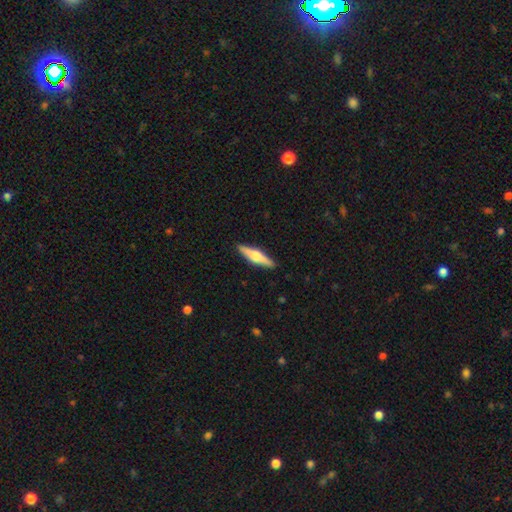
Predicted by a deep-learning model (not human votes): Morphology: type=featured or disk (58%); edge-on=yes (96%); edge-on bulge=rounded (88%); merging=none (91%).